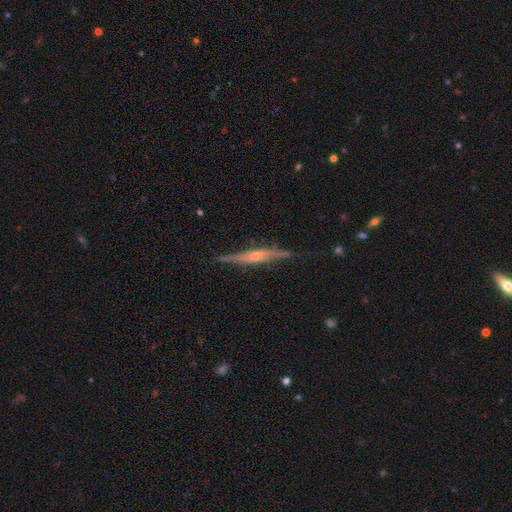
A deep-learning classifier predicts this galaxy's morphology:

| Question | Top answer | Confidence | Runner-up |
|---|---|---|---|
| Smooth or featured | featured or disk | 71% | smooth (23%) |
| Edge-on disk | yes | 96% | no (4%) |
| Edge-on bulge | rounded | 47% | none (31%) |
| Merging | none | 81% | minor disturbance (14%) |